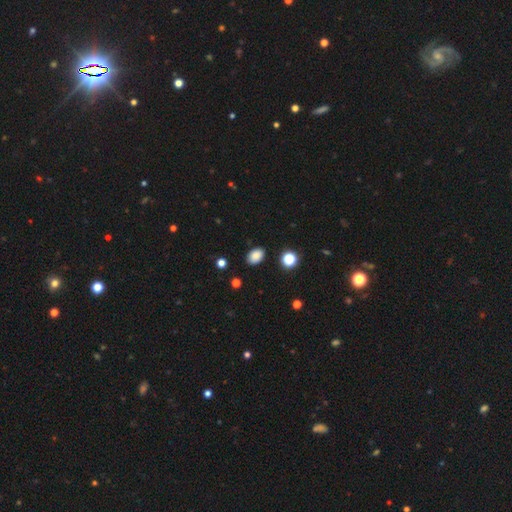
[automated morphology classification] smooth_or_featured: smooth (p=0.86) [alt: star or artifact p=0.10]
how_rounded: in between (p=0.84) [alt: round p=0.15]
merging: none (p=0.87) [alt: minor disturbance p=0.09]